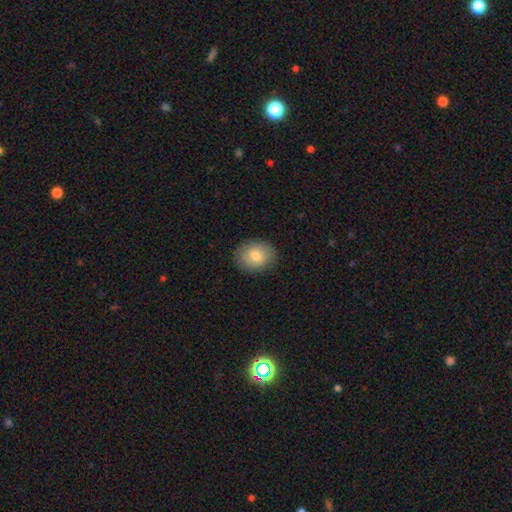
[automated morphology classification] Overall: smooth (80%). How rounded: round (50%; in between 49%). Merging: none (85%).